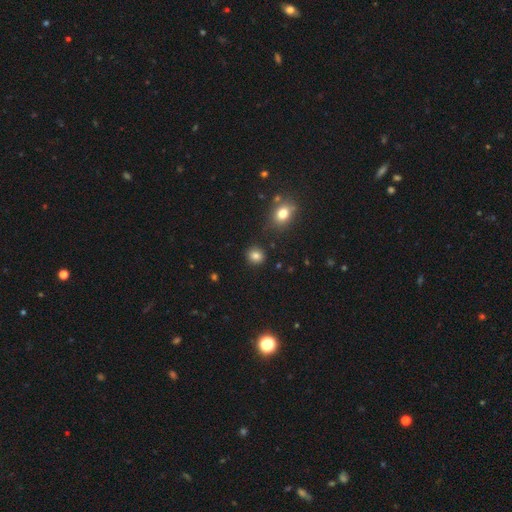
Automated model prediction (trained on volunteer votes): smooth-or-featured: smooth: 83% | star or artifact: 12% | featured or disk: 5%
  how-rounded: round: 85% | in between: 14% | cigar-shaped: 1%
  merging: none: 89% | minor disturbance: 7% | merger: 2% | major disturbance: 2%